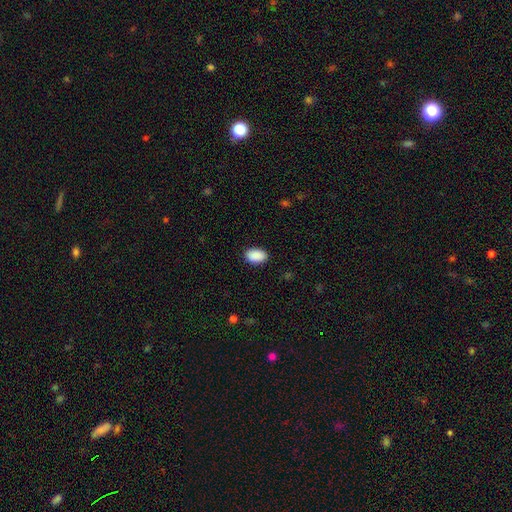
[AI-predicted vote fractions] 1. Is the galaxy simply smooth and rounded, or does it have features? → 91% smooth, 7% star or artifact, 2% featured or disk.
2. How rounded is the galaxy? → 92% in between, 7% round, 1% cigar-shaped.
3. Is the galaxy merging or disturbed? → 89% none, 8% minor disturbance, 2% major disturbance, 1% merger.